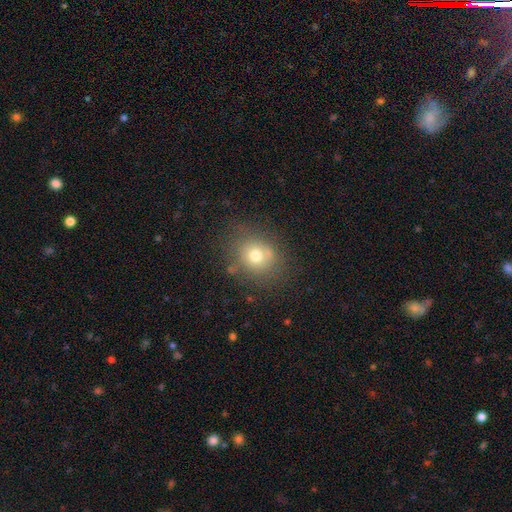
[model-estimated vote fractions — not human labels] This appears to be a smooth galaxy with no disk features (71%) that is round (71%). Merging: none (74%).